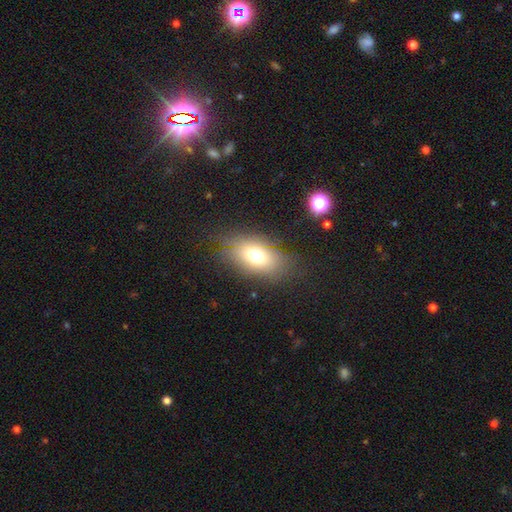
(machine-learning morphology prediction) smooth 71%, featured or disk 17%, star or artifact 12%. Down the decision tree: how rounded — in between (84%); merging — none (78%).